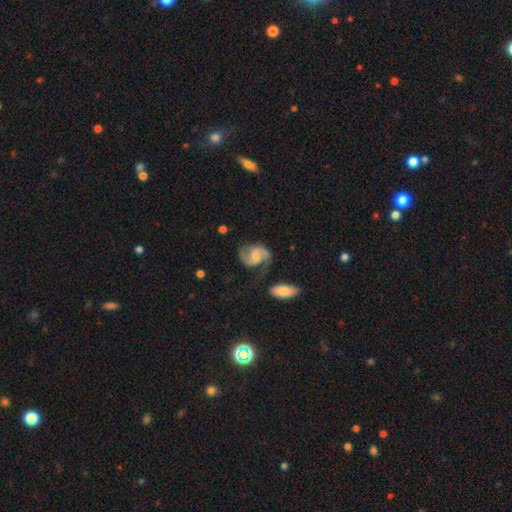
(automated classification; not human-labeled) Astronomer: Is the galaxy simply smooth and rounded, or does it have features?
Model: featured or disk — 85%.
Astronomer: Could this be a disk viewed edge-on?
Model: no — 98%.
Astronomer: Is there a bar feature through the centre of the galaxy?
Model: weak — 44%, tied with no at 44%.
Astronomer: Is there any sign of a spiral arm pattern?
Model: yes — 96%.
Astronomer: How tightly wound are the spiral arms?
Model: medium — 57%.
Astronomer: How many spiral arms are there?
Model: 2 — 92%.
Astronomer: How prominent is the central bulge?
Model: none — 38% (runner-up: moderate, 26%).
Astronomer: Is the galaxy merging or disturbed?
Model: none — 67%.